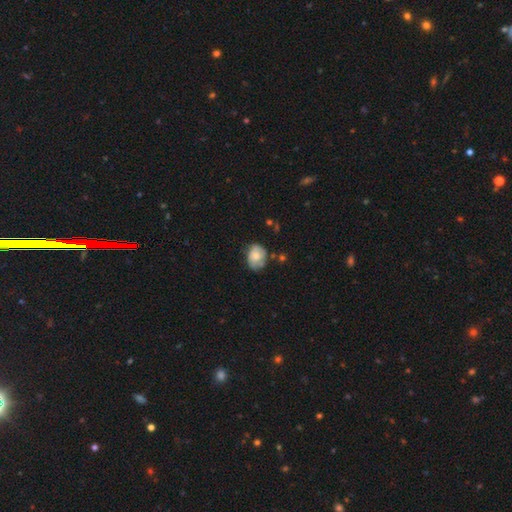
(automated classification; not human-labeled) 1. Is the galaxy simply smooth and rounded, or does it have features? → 63% smooth, 29% featured or disk, 8% star or artifact.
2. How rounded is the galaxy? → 58% in between, 41% round, 1% cigar-shaped.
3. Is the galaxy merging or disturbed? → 52% none, 33% minor disturbance, 11% major disturbance, 4% merger.